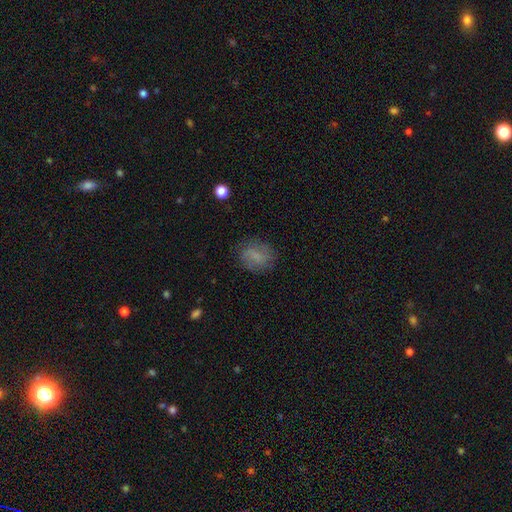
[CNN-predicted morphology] A smooth galaxy with no disk features (65%) that is in between round and cigar-shaped (50%).

Vote fractions:
- Smooth or featured? smooth: 65% / featured or disk: 25% / star or artifact: 11%
- How rounded? in between: 50% / round: 48% / cigar-shaped: 2%
- Merging? none: 74% / minor disturbance: 17% / major disturbance: 7% / merger: 2%